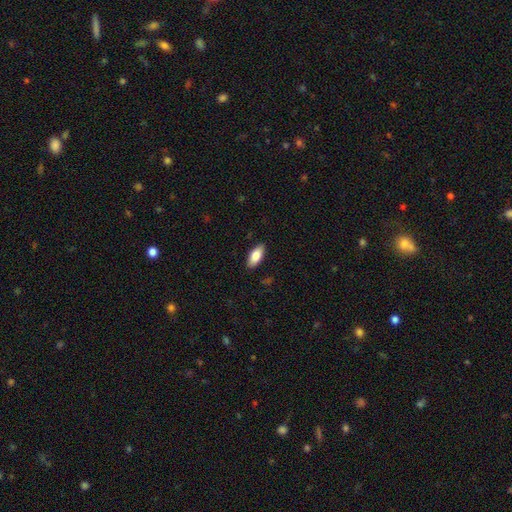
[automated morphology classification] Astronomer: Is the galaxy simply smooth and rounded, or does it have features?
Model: smooth — 84%.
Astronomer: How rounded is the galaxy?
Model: in between — 88%.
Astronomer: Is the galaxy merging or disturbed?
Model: none — 89%.